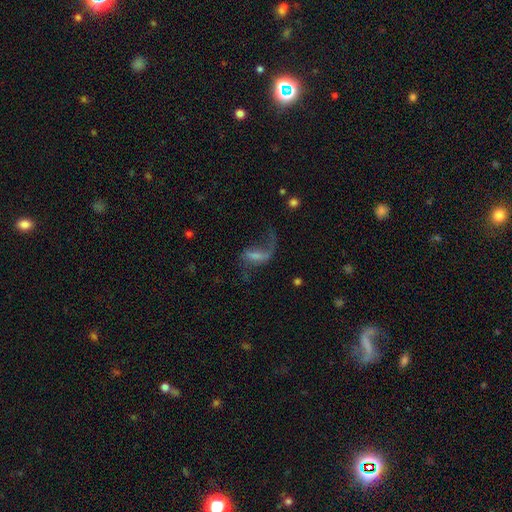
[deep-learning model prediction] Overall: featured or disk (67%). Edge-on disk: no (93%). Bar: weak (42%; no 29%). Spiral arms: yes (86%). Spiral arm count: 2 (54%; 1 40%). Spiral winding: loose (84%). Bulge size: small (38%; none 33%). Merging: none (42%; major disturbance 37%).